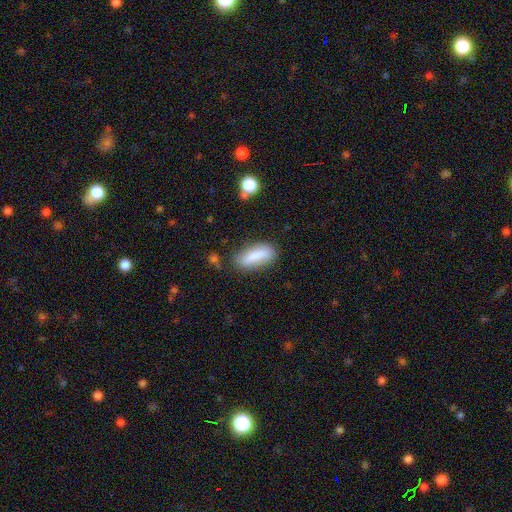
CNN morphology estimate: Smooth or featured?
  - smooth: 78% *
  - featured or disk: 14%
  - star or artifact: 7%
How rounded?
  - in between: 65% *
  - cigar-shaped: 33%
  - round: 2%
Merging?
  - none: 75% *
  - minor disturbance: 17%
  - major disturbance: 4%
  - merger: 3%